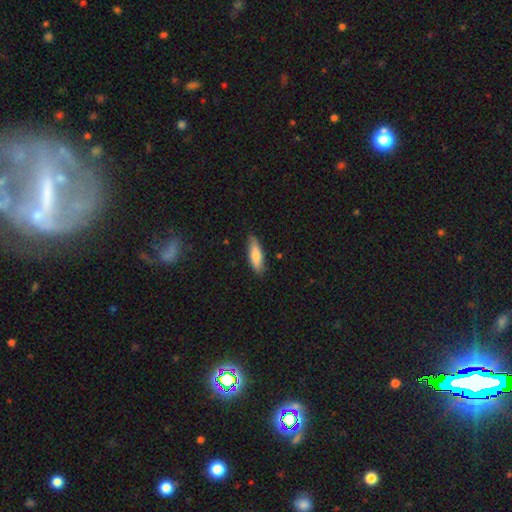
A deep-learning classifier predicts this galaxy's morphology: Smooth or featured?
  - smooth: 74% *
  - featured or disk: 20%
  - star or artifact: 6%
How rounded?
  - in between: 51% *
  - cigar-shaped: 47%
  - round: 2%
Merging?
  - none: 85% *
  - minor disturbance: 12%
  - major disturbance: 2%
  - merger: 1%